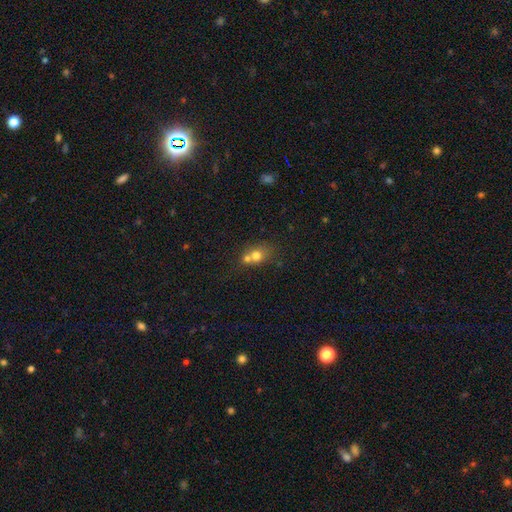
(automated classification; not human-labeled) Overall: smooth (71%). How rounded: round (67%; in between 32%). Merging: merger (56%; none 32%).